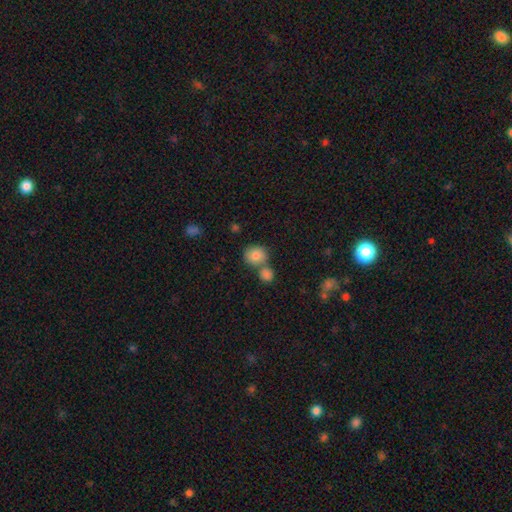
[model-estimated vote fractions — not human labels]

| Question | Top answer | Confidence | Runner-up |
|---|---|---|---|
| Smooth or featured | smooth | 84% | star or artifact (9%) |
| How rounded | round | 73% | in between (26%) |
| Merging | none | 50% | merger (37%) |